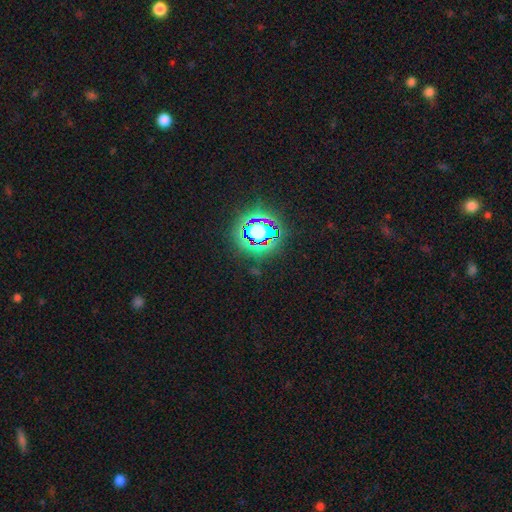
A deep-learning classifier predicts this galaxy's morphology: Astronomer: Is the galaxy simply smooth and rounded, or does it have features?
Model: star or artifact — 78%.